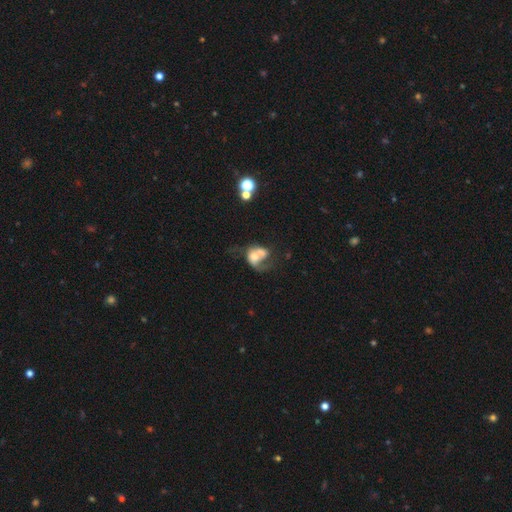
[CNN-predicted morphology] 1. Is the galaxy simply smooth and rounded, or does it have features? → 49% featured or disk, 41% smooth, 10% star or artifact.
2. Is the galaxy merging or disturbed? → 59% merger, 20% major disturbance, 13% none, 8% minor disturbance.